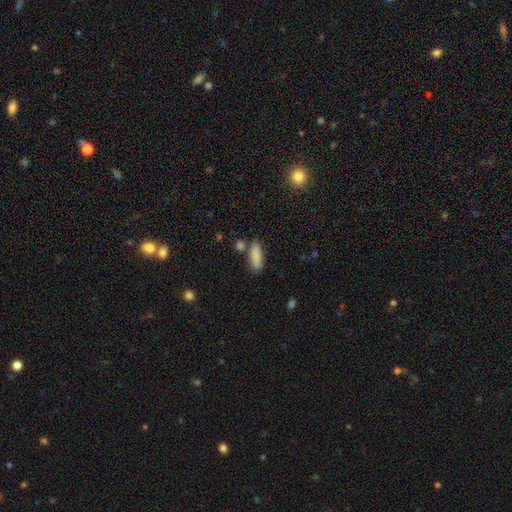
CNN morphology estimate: Smooth or featured?
  - smooth: 86% *
  - featured or disk: 7%
  - star or artifact: 7%
How rounded?
  - in between: 64% *
  - cigar-shaped: 34%
  - round: 2%
Merging?
  - none: 72% *
  - minor disturbance: 14%
  - merger: 10%
  - major disturbance: 4%